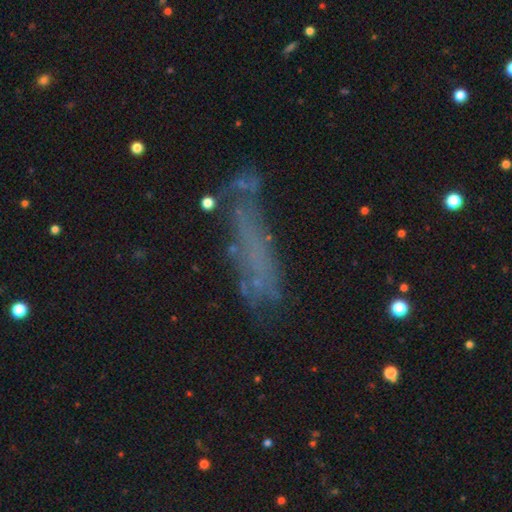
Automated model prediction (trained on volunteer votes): Smooth or featured?
  - smooth: 43% *
  - featured or disk: 39%
  - star or artifact: 18%
Merging?
  - none: 51% *
  - minor disturbance: 23%
  - major disturbance: 19%
  - merger: 7%